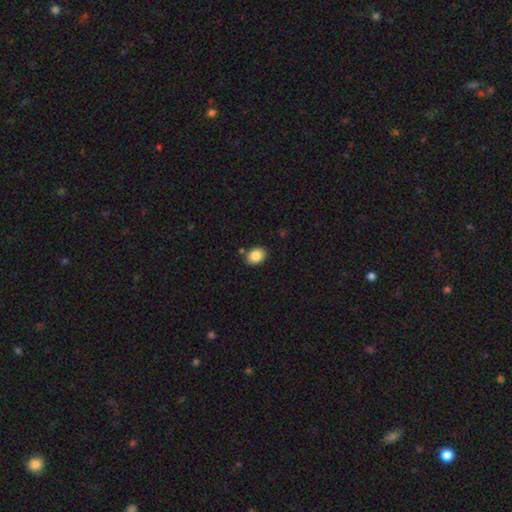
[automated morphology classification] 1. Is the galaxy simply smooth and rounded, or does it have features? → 87% smooth, 8% star or artifact, 5% featured or disk.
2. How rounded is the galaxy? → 59% in between, 40% round, 1% cigar-shaped.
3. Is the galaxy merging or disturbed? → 84% none, 10% minor disturbance, 4% merger, 2% major disturbance.